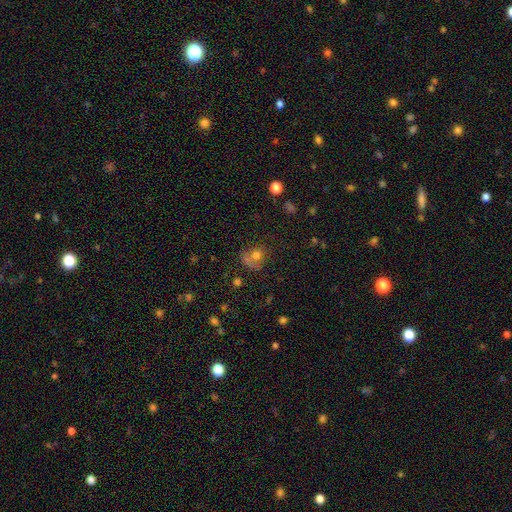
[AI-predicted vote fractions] This appears to be a smooth galaxy with no disk features (64%) that is round (76%). Merging: none (46%).